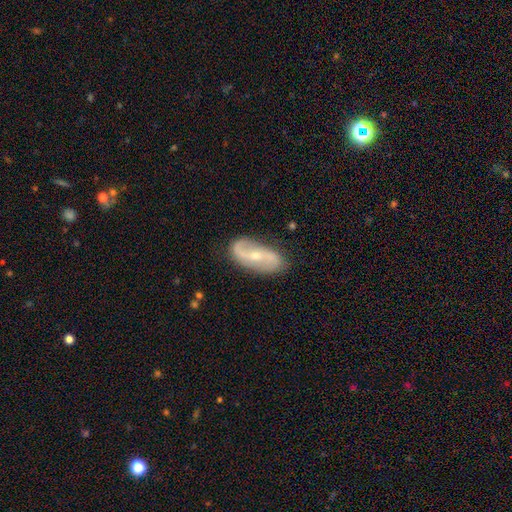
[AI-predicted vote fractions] Smooth or featured? featured or disk (82%)
Edge-on disk? no (94%)
Bar? no (42%)
Spiral arms? yes (92%)
Spiral winding? loose (62%)
Spiral arm count? 2 (91%)
Bulge size? small (64%)
Merging? none (80%)